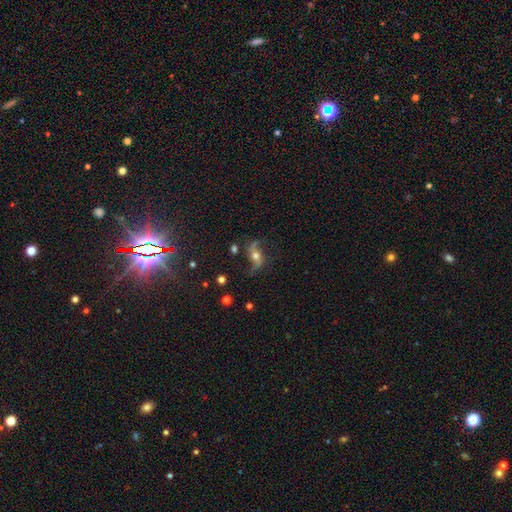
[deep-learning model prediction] Smooth or featured? Predicted: featured or disk (p=0.79). Edge-on disk? Predicted: no (p=0.92). Bar? Predicted: no (p=0.57). Spiral arms? Predicted: yes (p=0.94). Spiral winding? Predicted: loose (p=0.83). Spiral arm count? Predicted: 2 (p=0.92). Bulge size? Predicted: moderate (p=0.68). Merging? Predicted: none (p=0.72).